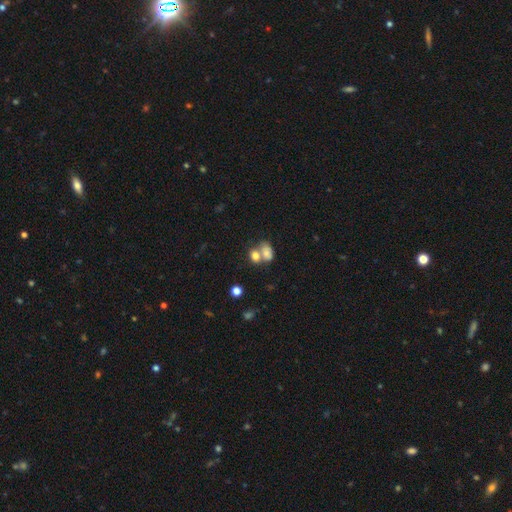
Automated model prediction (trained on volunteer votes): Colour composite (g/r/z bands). It shows a smooth galaxy with no disk features (76%) that is in between round and cigar-shaped (71%). Merging: merger (61%).